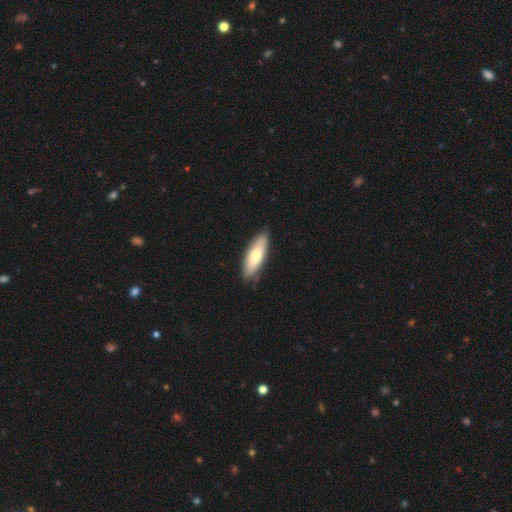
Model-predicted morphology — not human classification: This is likely a smooth galaxy (69%). How rounded: possibly in between (54%). Merging: clearly none (85%).